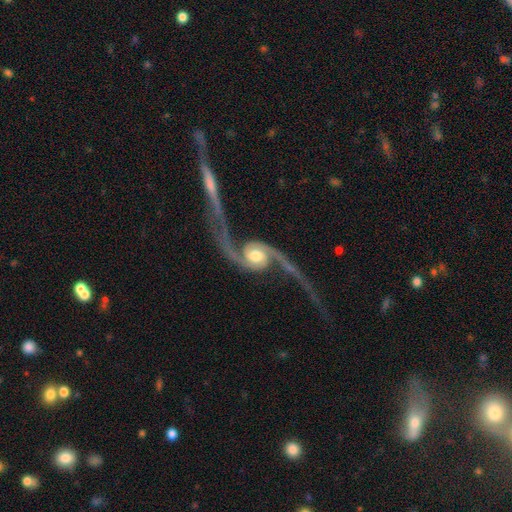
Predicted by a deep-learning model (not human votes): A featured or disk galaxy (93%) with no bar (60%), 2 (95%) loose (86%) spiral arms (98%) and a moderate central bulge (61%).

Vote fractions:
- Smooth or featured? featured or disk: 93% / star or artifact: 4% / smooth: 4%
- Edge-on disk? no: 96% / yes: 4%
- Bar? no: 60% / weak: 29% / strong: 11%
- Spiral arms? yes: 98% / no: 2%
- Spiral winding? loose: 86% / medium: 10% / tight: 4%
- Spiral arm count? 2: 95% / 1: 1% / can't tell: 1% / 3: 1% / 4: 1% / more than 4: 1%
- Bulge size? moderate: 61% / large: 22% / small: 11% / dominant: 3% / none: 3%
- Merging? none: 58% / major disturbance: 20% / minor disturbance: 14% / merger: 7%